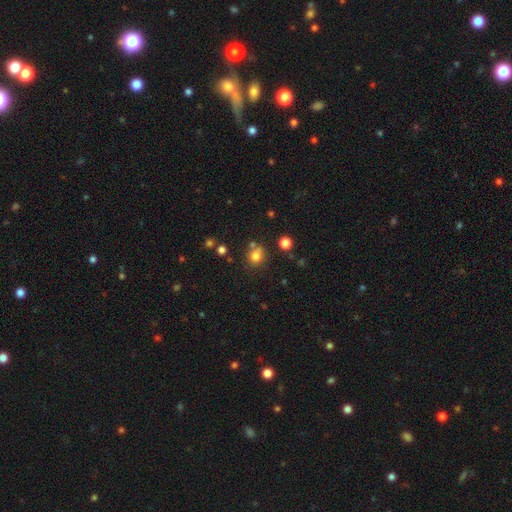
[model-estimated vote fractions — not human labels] A smooth galaxy with no disk features (78%) that is round (76%).

Vote fractions:
- Smooth or featured? smooth: 78% / star or artifact: 14% / featured or disk: 8%
- How rounded? round: 76% / in between: 23% / cigar-shaped: 1%
- Merging? none: 66% / merger: 15% / minor disturbance: 15% / major disturbance: 5%